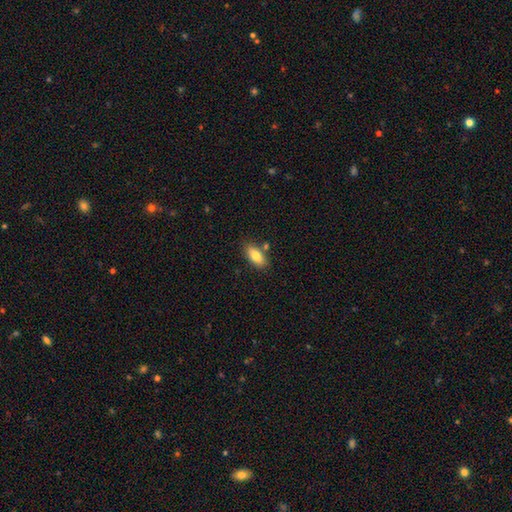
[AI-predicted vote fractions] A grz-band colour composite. It shows a smooth galaxy with no disk features (80%) that is in between round and cigar-shaped (88%). Merging: none (78%).